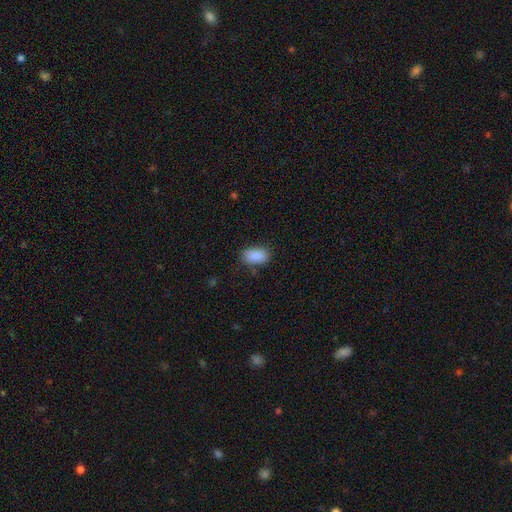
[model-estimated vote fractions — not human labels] This is clearly a smooth galaxy (89%). How rounded: clearly in between (92%). Merging: clearly none (80%).